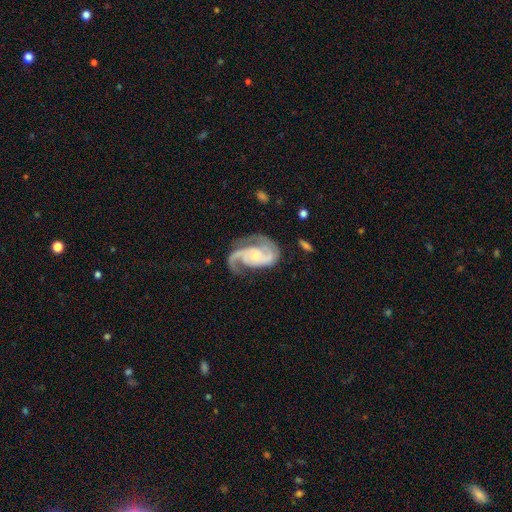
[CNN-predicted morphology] This is clearly a featured or disk galaxy (91%). It is clearly not viewed edge-on (98%). Bar: likely no (62%). Spiral arm pattern: clearly yes (98%). Spiral arm count: likely 2 (79%). Spiral winding: possibly medium (52%). Central bulge: possibly small (58%). Merging: possibly none (59%).